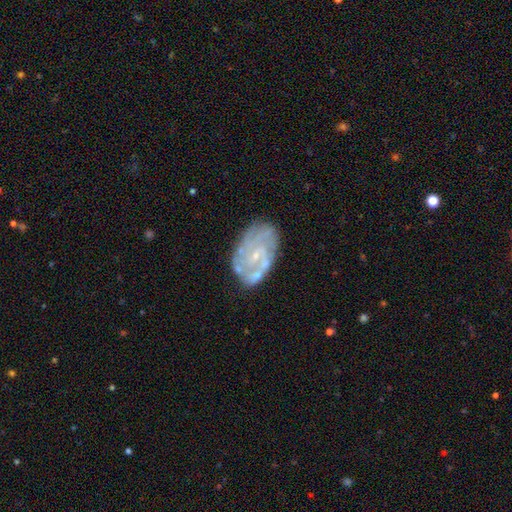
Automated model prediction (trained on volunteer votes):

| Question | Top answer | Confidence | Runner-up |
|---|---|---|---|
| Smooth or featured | featured or disk | 77% | smooth (16%) |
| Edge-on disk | no | 97% | yes (3%) |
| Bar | no | 60% | weak (33%) |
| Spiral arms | yes | 78% | no (22%) |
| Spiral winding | tight | 49% | medium (36%) |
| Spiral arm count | can't tell | 44% | 2 (19%) |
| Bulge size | small | 74% | moderate (15%) |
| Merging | none | 66% | minor disturbance (20%) |